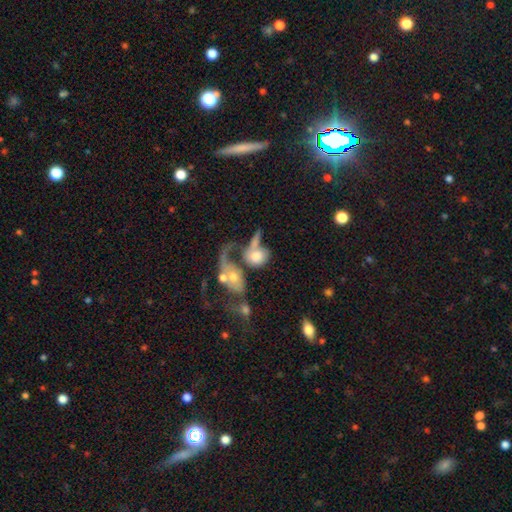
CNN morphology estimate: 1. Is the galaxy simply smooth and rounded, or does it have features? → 54% smooth, 37% featured or disk, 9% star or artifact.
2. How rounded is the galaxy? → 49% in between, 47% round, 4% cigar-shaped.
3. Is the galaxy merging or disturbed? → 56% merger, 21% major disturbance, 14% none, 8% minor disturbance.